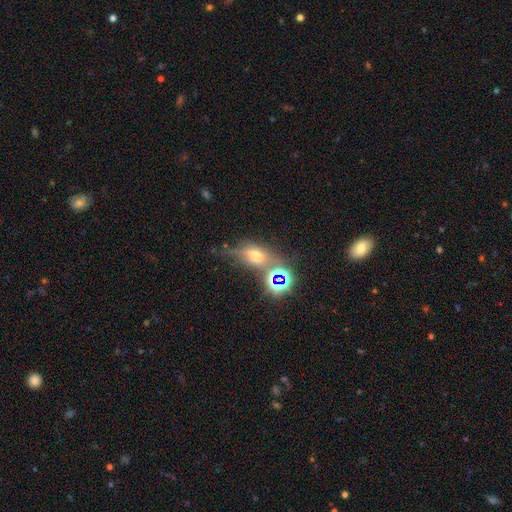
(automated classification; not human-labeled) This is marginally a star or artifact rather than a galaxy (37%).